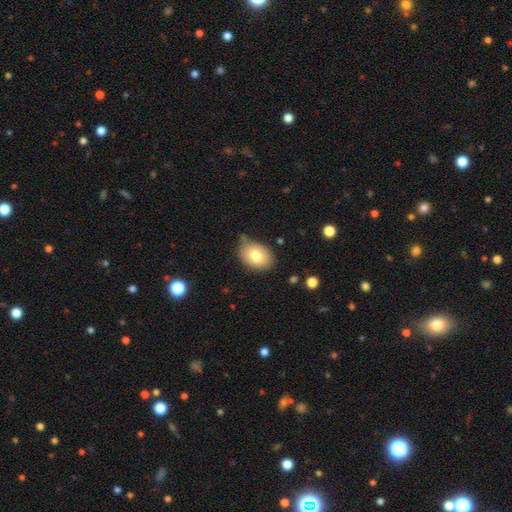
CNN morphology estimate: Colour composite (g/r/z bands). It shows a smooth galaxy with no disk features (78%) that is in between round and cigar-shaped (74%). Merging: none (73%).